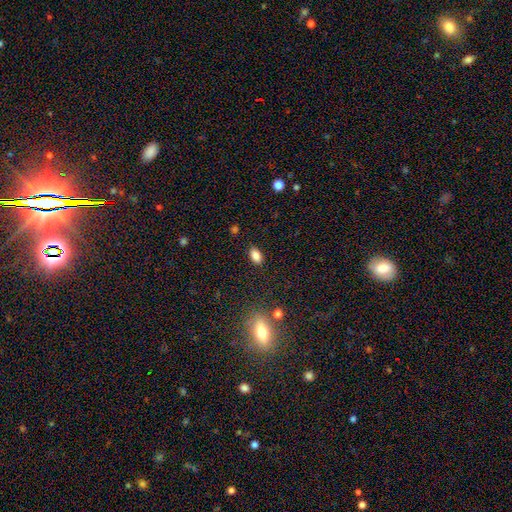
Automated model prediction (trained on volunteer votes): Smooth or featured? smooth (85%)
How rounded? in between (90%)
Merging? none (87%)